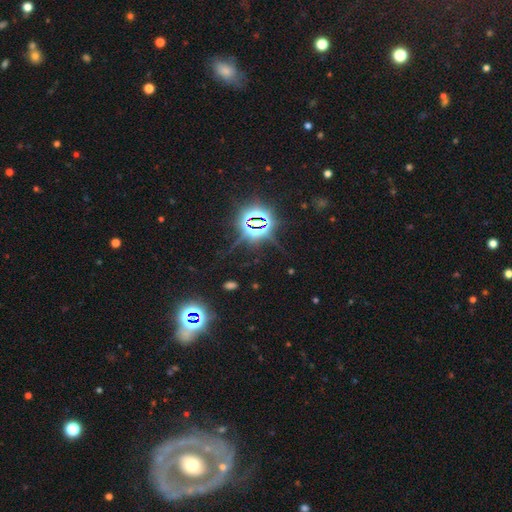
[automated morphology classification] Q: Smooth or featured?
A: star or artifact (82%); runner-up: smooth (10%)